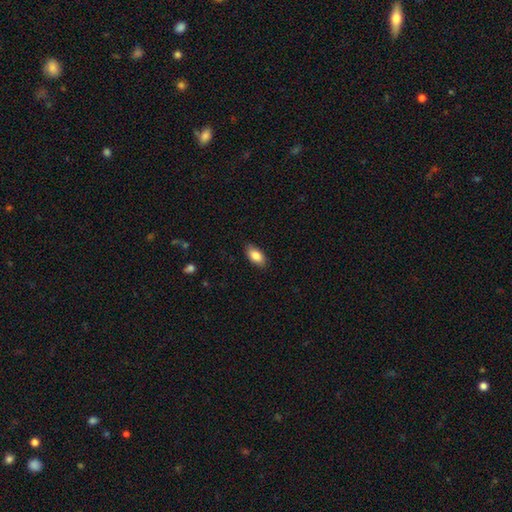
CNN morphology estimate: type=smooth (85%); roundness=in between (92%); merging=none (86%).